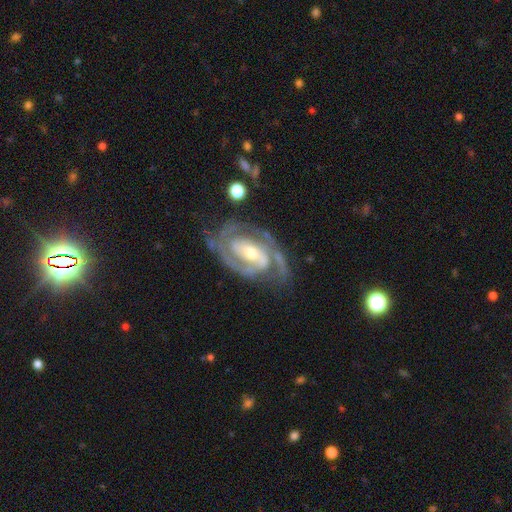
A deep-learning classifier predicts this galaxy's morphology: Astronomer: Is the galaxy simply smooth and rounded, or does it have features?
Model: featured or disk — 92%.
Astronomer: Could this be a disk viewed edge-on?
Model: no — 97%.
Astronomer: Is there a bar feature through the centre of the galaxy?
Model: weak — 38% (runner-up: strong, 33%).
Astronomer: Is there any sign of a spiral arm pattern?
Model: yes — 98%.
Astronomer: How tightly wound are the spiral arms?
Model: tight — 58% (runner-up: medium, 36%).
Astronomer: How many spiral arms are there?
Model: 2 — 73%.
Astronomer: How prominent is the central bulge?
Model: moderate — 54% (runner-up: small, 40%).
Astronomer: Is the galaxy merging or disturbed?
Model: none — 72%.